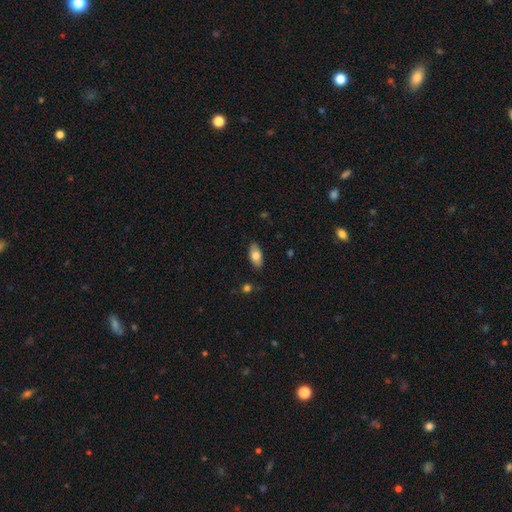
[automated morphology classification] Smooth or featured: smooth — 75% (featured or disk — 18%)
How rounded: in between — 90% (cigar-shaped — 7%)
Merging: none — 86% (minor disturbance — 11%)